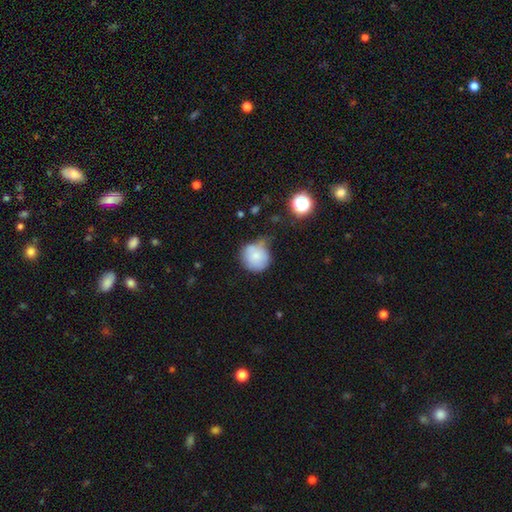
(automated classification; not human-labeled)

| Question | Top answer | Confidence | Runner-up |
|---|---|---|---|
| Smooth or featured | smooth | 77% | featured or disk (13%) |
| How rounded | round | 87% | in between (12%) |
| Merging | none | 48% | minor disturbance (35%) |